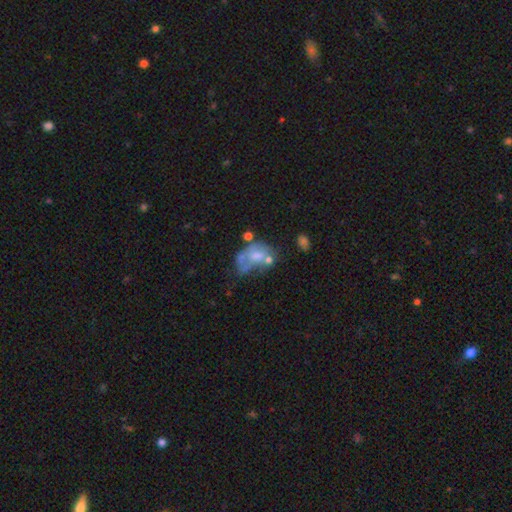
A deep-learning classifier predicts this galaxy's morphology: Smooth or featured? Predicted: featured or disk (p=0.46). Merging? Predicted: major disturbance (p=0.32).